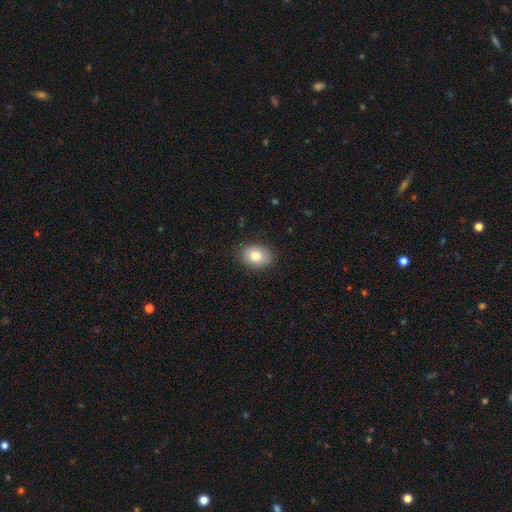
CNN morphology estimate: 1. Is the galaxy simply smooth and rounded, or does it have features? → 80% smooth, 12% featured or disk, 8% star or artifact.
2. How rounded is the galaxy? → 70% in between, 29% round, 1% cigar-shaped.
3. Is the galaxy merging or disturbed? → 87% none, 10% minor disturbance, 2% major disturbance, 1% merger.